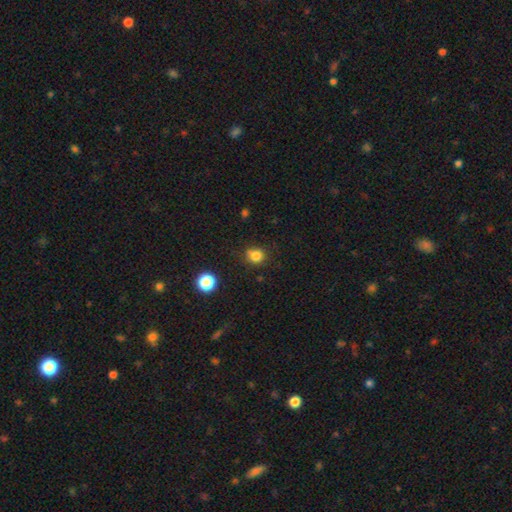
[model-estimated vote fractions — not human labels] The model was most divided on "merging": none: 76%, minor disturbance: 17%, major disturbance: 4%, merger: 3%. More confident: smooth or featured — smooth (82%); how rounded — round (79%).